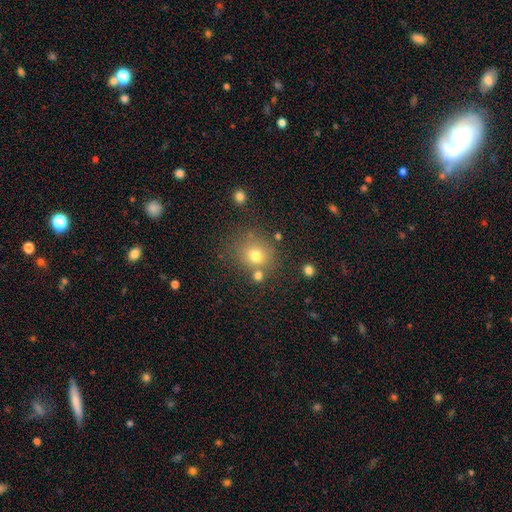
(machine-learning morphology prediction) A smooth galaxy with no disk features (73%) that is round (81%). Merging: none (69%).